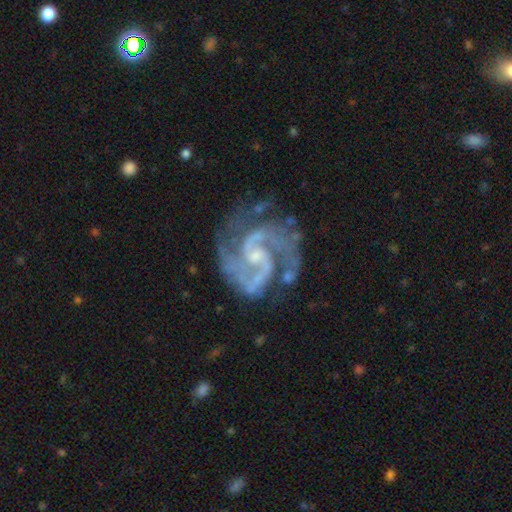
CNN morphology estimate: Smooth or featured: featured or disk — 93% (star or artifact — 5%)
Edge-on disk: no — 98% (yes — 2%)
Bar: weak — 46% (no — 43%)
Spiral arms: yes — 99% (no — 1%)
Spiral winding: medium — 61% (tight — 30%)
Spiral arm count: 2 — 86% (3 — 7%)
Bulge size: small — 60% (moderate — 28%)
Merging: none — 64% (minor disturbance — 21%)